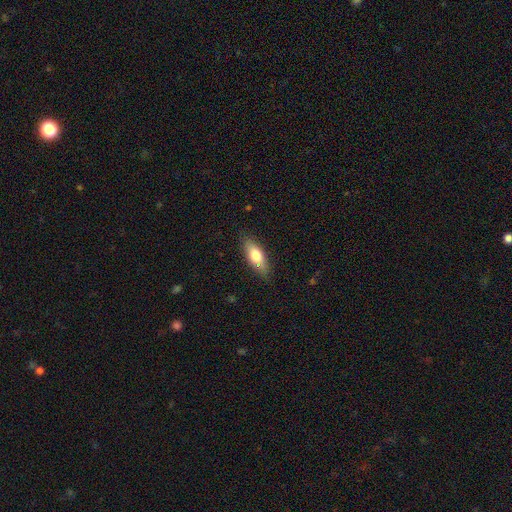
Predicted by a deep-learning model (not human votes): Smooth or featured: smooth — 73% (featured or disk — 21%)
How rounded: in between — 69% (cigar-shaped — 28%)
Merging: none — 83% (minor disturbance — 13%)